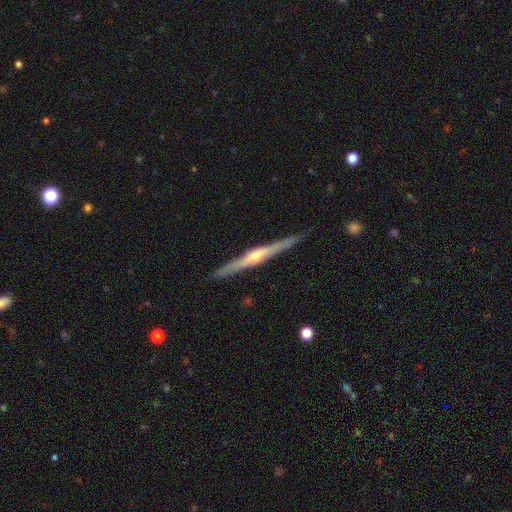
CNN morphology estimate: Q: Smooth or featured?
A: featured or disk (80%); runner-up: smooth (15%)
Q: Edge-on disk?
A: yes (98%); runner-up: no (2%)
Q: Edge-on bulge?
A: rounded (85%); runner-up: none (10%)
Q: Merging?
A: none (91%); runner-up: minor disturbance (7%)